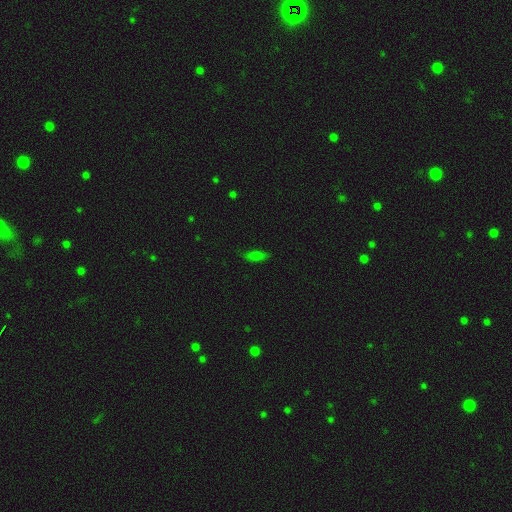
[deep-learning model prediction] Morphology: type=smooth (72%); roundness=in between (67%); merging=none (81%).